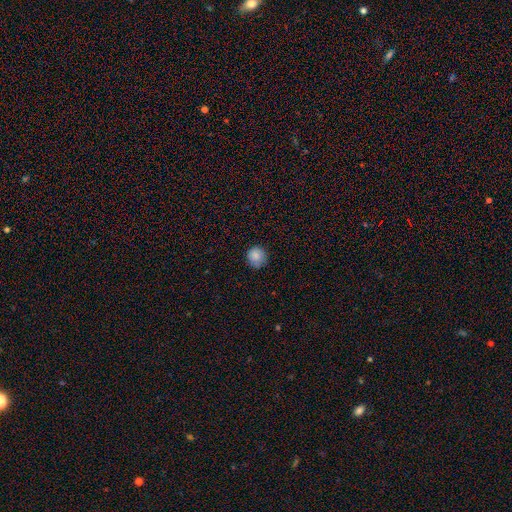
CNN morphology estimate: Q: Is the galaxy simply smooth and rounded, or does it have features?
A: smooth — 86%.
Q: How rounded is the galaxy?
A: round — 92%.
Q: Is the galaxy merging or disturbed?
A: none — 82%.